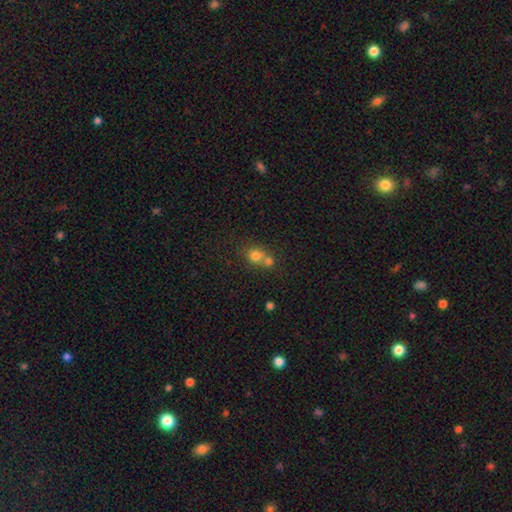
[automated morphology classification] A smooth galaxy with no disk features (75%) that is round (78%). Merging: merger (56%).